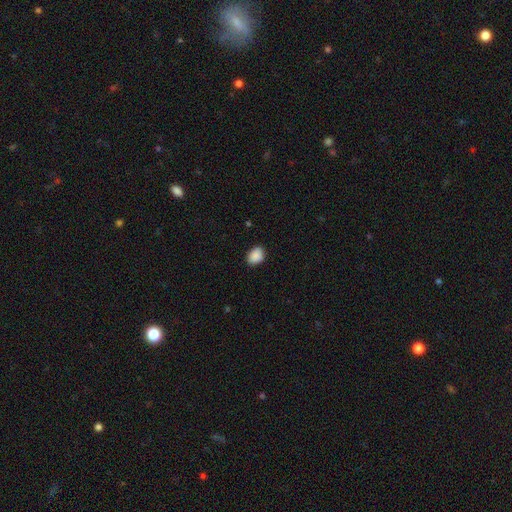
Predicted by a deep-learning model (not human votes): Smooth or featured: smooth — 89% (star or artifact — 8%)
How rounded: in between — 71% (round — 28%)
Merging: none — 85% (minor disturbance — 12%)